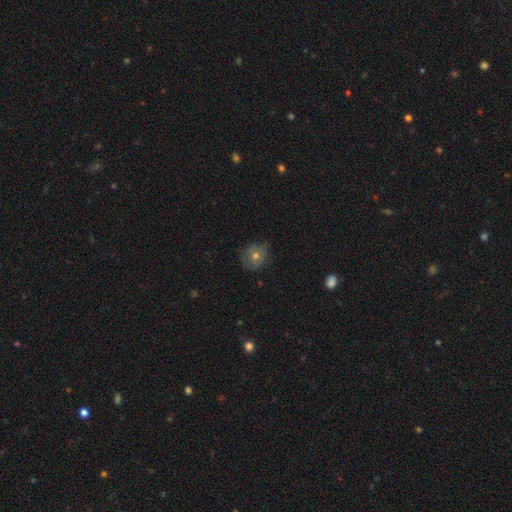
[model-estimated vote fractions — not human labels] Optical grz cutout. It shows a smooth galaxy with no disk features (60%) that is round (86%). Merging: none (75%).